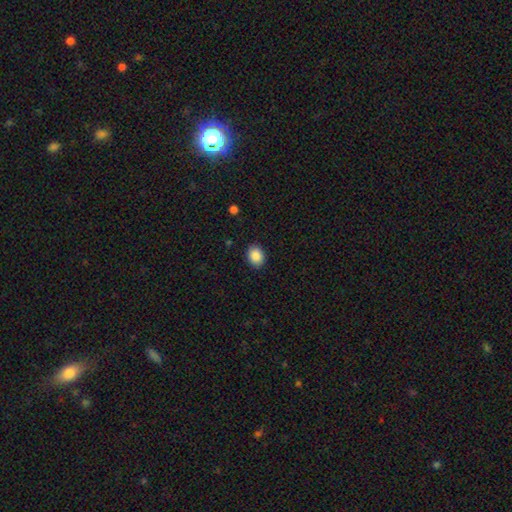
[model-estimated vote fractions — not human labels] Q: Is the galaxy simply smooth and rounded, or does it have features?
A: smooth — 88%.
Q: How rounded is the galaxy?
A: round — 50%.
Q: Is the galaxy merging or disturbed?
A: none — 89%.